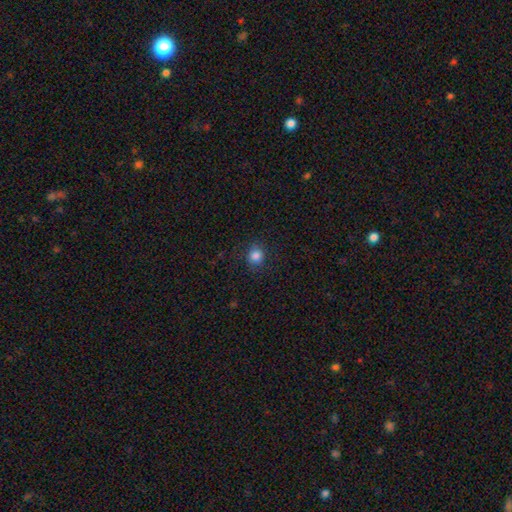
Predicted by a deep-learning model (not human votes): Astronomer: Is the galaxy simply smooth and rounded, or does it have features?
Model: smooth — 84%.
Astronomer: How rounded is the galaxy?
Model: round — 82%.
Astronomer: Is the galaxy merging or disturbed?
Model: none — 85%.